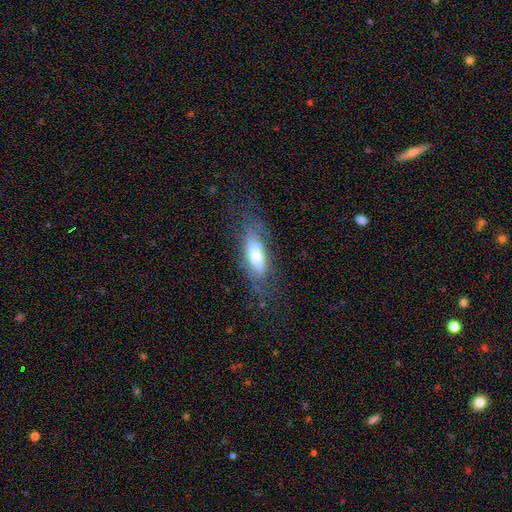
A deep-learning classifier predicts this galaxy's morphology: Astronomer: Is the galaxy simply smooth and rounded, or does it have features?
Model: smooth — 51% (runner-up: featured or disk, 41%).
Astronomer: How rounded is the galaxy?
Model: in between — 64%.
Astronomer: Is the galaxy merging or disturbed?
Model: none — 57%.